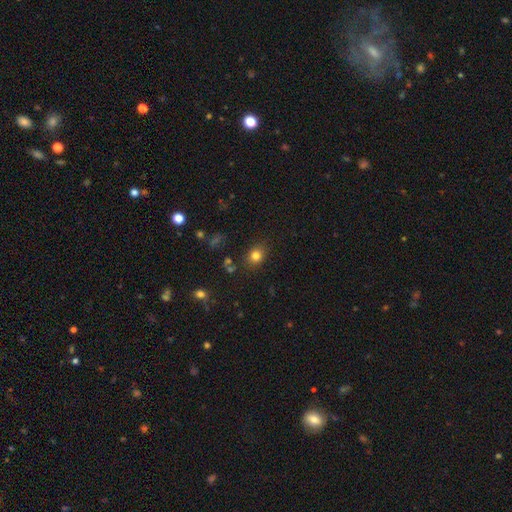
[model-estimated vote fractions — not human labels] Overall: smooth (79%). How rounded: round (57%; in between 42%). Merging: none (83%).